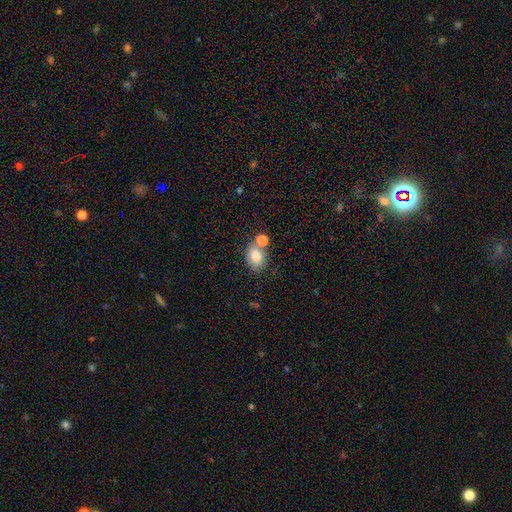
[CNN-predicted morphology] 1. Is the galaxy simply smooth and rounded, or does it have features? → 81% smooth, 10% featured or disk, 9% star or artifact.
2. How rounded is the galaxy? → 70% in between, 29% round, 1% cigar-shaped.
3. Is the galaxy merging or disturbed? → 53% none, 29% merger, 13% minor disturbance, 5% major disturbance.